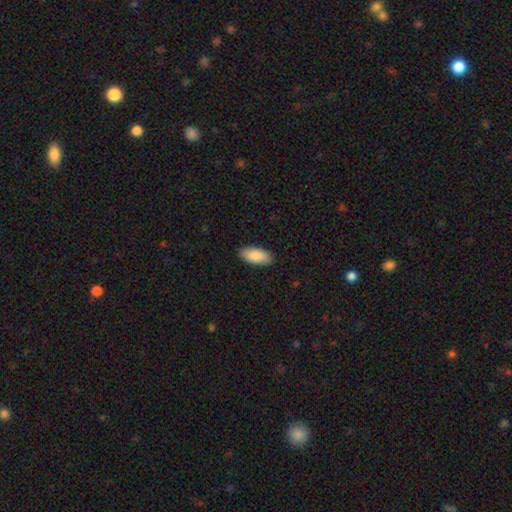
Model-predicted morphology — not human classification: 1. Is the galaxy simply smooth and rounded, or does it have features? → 90% smooth, 5% star or artifact, 5% featured or disk.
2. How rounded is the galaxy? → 90% in between, 8% cigar-shaped, 2% round.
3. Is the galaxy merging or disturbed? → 89% none, 9% minor disturbance, 2% major disturbance, 1% merger.